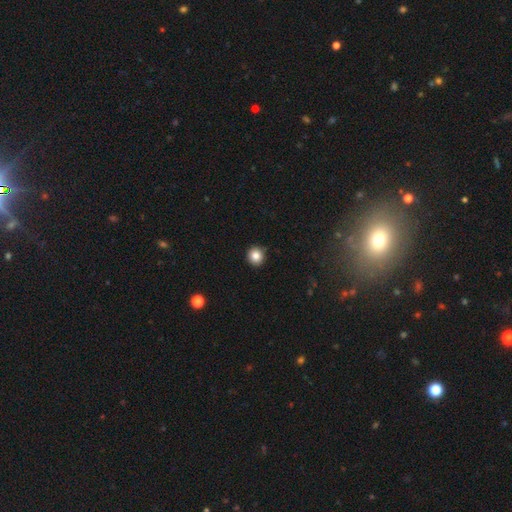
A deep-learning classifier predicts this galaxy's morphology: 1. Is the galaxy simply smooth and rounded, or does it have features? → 84% smooth, 11% star or artifact, 5% featured or disk.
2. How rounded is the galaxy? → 94% round, 5% in between, 1% cigar-shaped.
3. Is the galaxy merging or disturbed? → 91% none, 6% minor disturbance, 2% major disturbance, 1% merger.